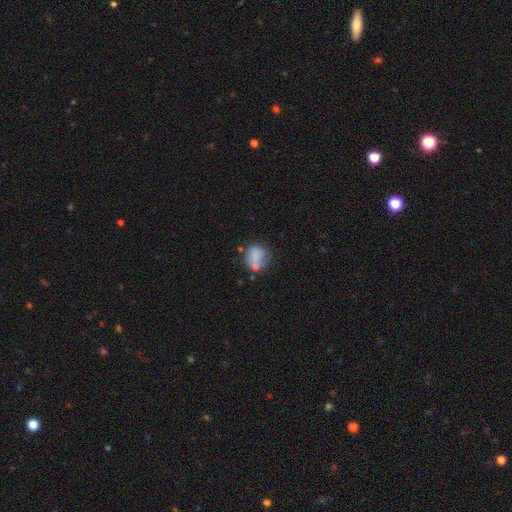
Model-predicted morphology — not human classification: Smooth or featured? Predicted: smooth (p=0.69). How rounded? Predicted: round (p=0.72). Merging? Predicted: none (p=0.46).